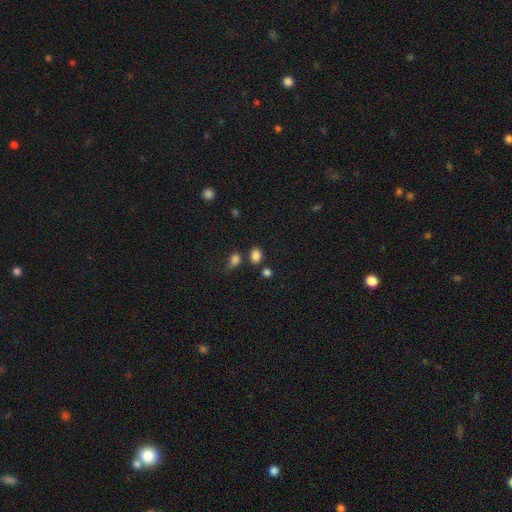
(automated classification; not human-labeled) Smooth or featured? smooth (83%)
How rounded? in between (68%)
Merging? none (69%)